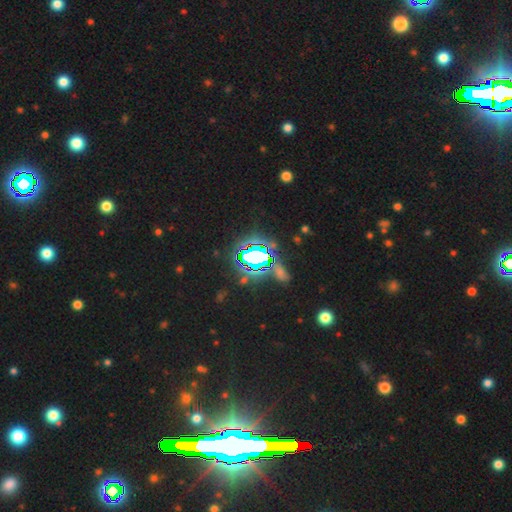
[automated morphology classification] Smooth or featured? Predicted: star or artifact (p=0.74).